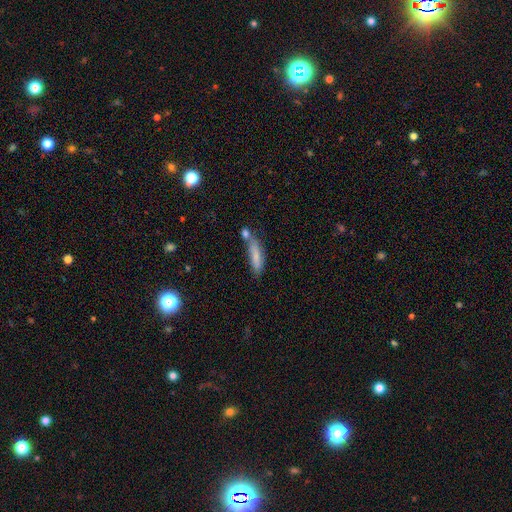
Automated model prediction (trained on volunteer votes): Smooth or featured? smooth (75%)
How rounded? cigar-shaped (74%)
Merging? none (51%)